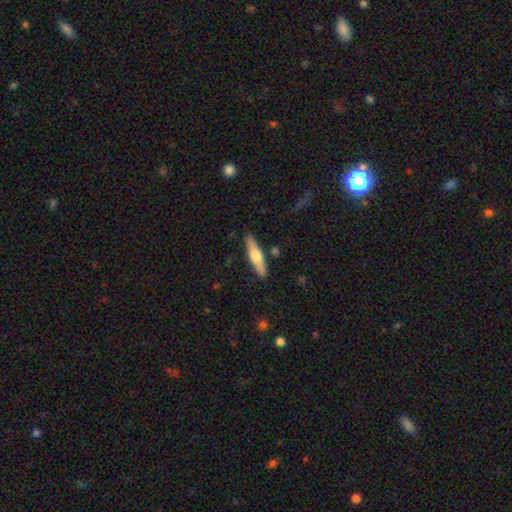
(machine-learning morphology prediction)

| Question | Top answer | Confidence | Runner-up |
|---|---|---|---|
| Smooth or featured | featured or disk | 49% | smooth (46%) |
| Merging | none | 88% | minor disturbance (8%) |